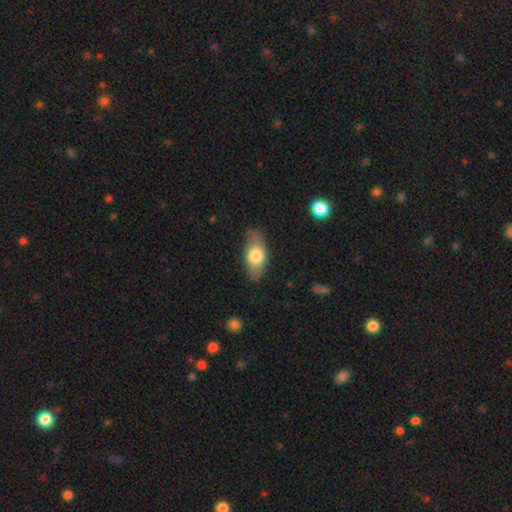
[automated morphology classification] Smooth or featured?
  - smooth: 71% *
  - featured or disk: 22%
  - star or artifact: 7%
How rounded?
  - in between: 87% *
  - cigar-shaped: 7%
  - round: 6%
Merging?
  - none: 68% *
  - minor disturbance: 24%
  - major disturbance: 6%
  - merger: 2%